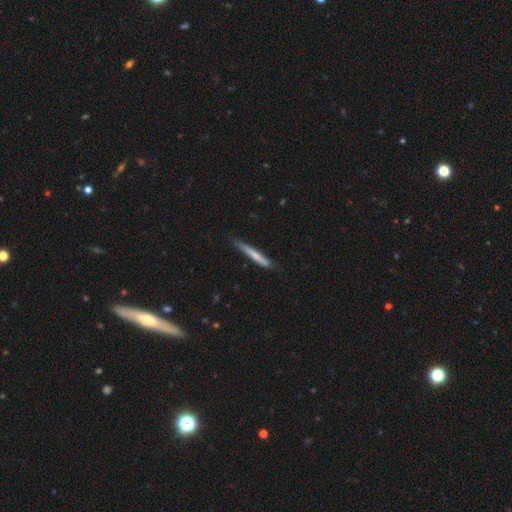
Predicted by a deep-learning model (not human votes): smooth_or_featured: smooth (p=0.64) [alt: featured or disk p=0.31]
how_rounded: cigar-shaped (p=0.95) [alt: in between p=0.04]
merging: none (p=0.71) [alt: minor disturbance p=0.24]